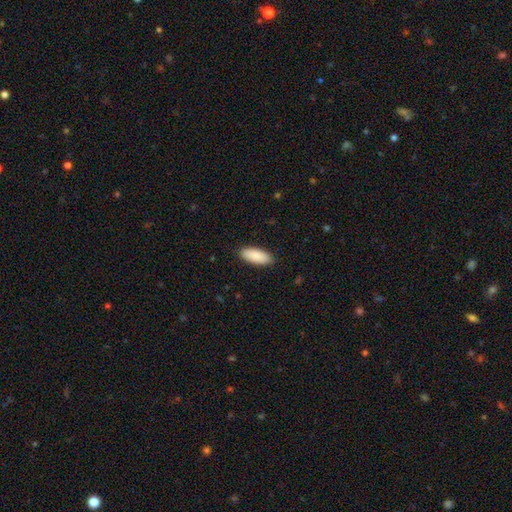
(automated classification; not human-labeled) Q: Smooth or featured?
A: smooth (87%); runner-up: featured or disk (7%)
Q: How rounded?
A: in between (82%); runner-up: cigar-shaped (16%)
Q: Merging?
A: none (89%); runner-up: minor disturbance (8%)